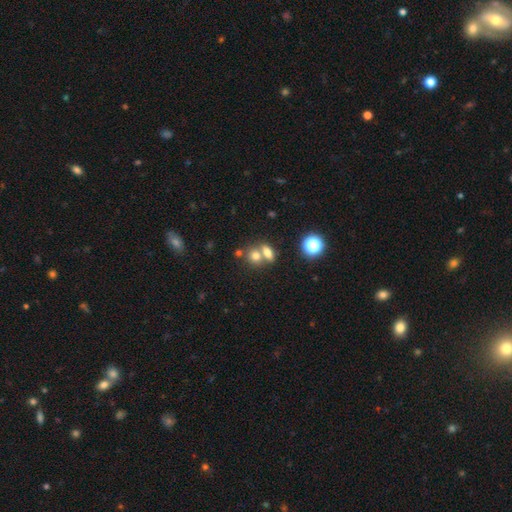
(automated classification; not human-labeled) Q: Smooth or featured?
A: smooth (73%); runner-up: star or artifact (14%)
Q: How rounded?
A: round (50%); runner-up: in between (47%)
Q: Merging?
A: merger (52%); runner-up: none (37%)